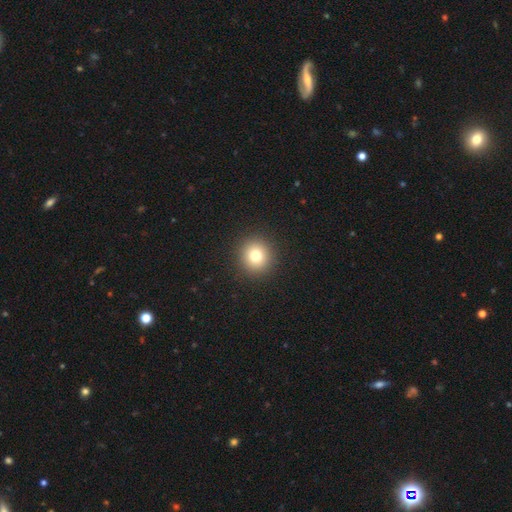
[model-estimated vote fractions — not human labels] Smooth or featured: smooth — 78% (star or artifact — 13%)
How rounded: round — 92% (in between — 7%)
Merging: none — 92% (minor disturbance — 5%)